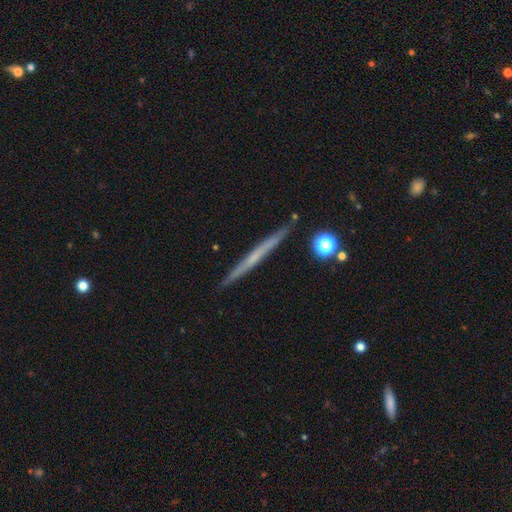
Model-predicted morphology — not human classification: A featured or disk galaxy (56%) viewed edge-on (97%) with no central bulge (84%). Merging: none (90%).